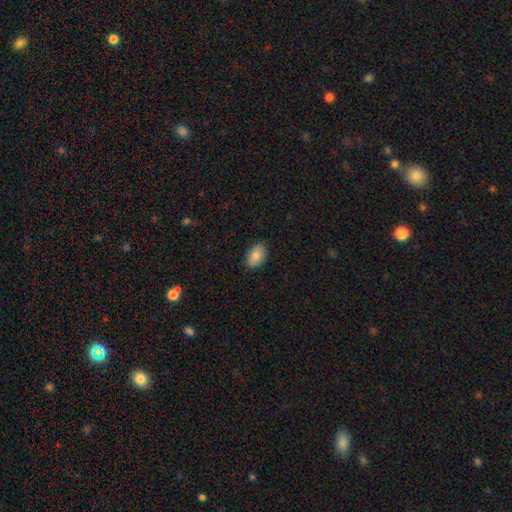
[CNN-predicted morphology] smooth-or-featured: smooth: 83% | featured or disk: 9% | star or artifact: 7%
  how-rounded: in between: 88% | round: 11% | cigar-shaped: 1%
  merging: none: 87% | minor disturbance: 10% | major disturbance: 2% | merger: 1%